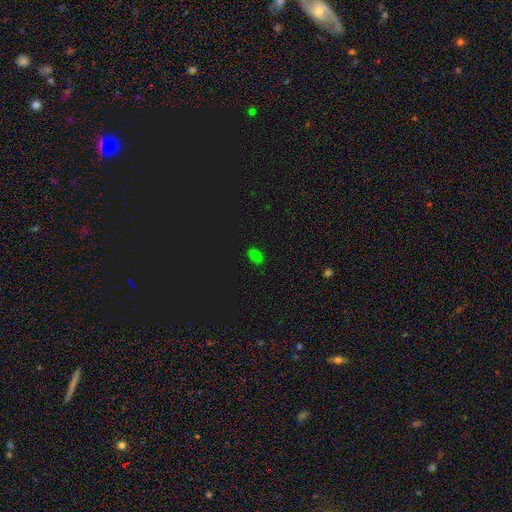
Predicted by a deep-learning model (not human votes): Smooth or featured? Predicted: smooth (p=0.67). How rounded? Predicted: in between (p=0.88). Merging? Predicted: none (p=0.85).